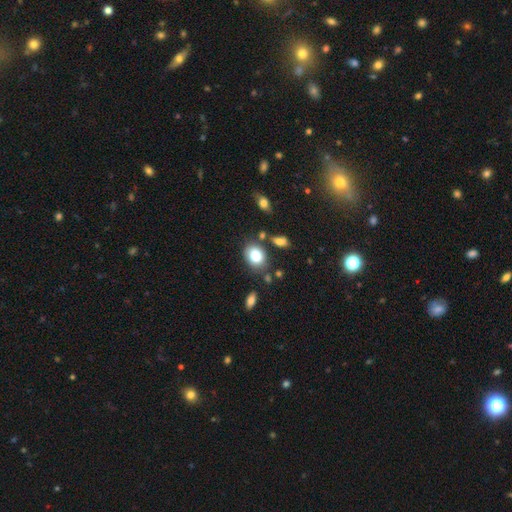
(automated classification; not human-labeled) Smooth or featured? smooth (81%)
How rounded? in between (60%)
Merging? none (73%)